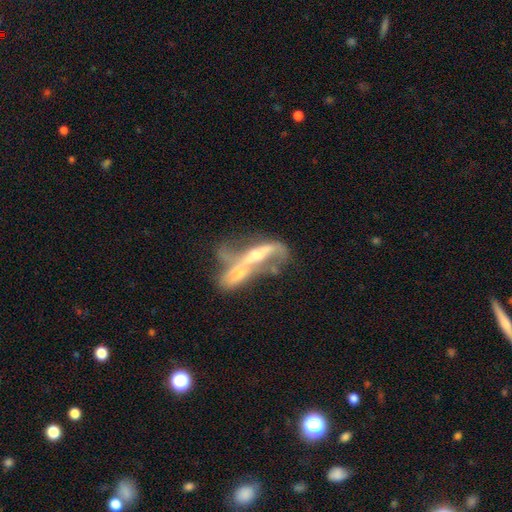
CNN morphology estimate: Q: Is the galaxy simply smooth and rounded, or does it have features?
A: featured or disk — 70%.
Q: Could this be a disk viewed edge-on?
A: no — 76%.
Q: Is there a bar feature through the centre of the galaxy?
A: no — 56%.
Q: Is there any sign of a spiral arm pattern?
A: no — 55%.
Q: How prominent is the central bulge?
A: moderate — 44%.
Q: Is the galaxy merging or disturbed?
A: merger — 65%.